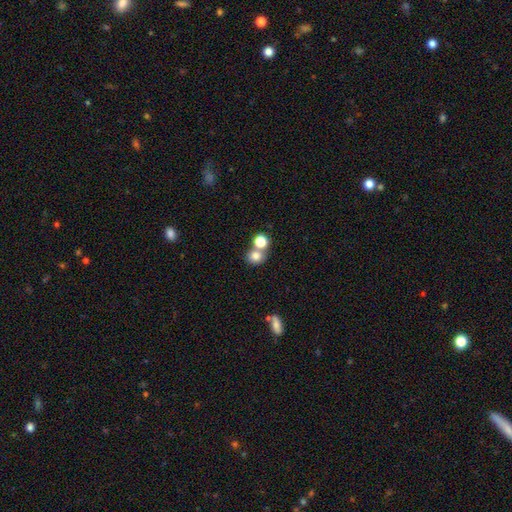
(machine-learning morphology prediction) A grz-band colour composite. It shows a smooth galaxy with no disk features (78%) that is round (77%). Merging: none (49%).